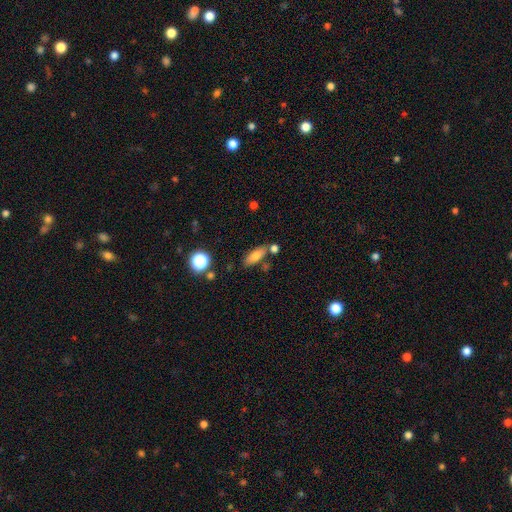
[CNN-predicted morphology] Smooth or featured? Predicted: smooth (p=0.75). How rounded? Predicted: in between (p=0.71). Merging? Predicted: none (p=0.70).